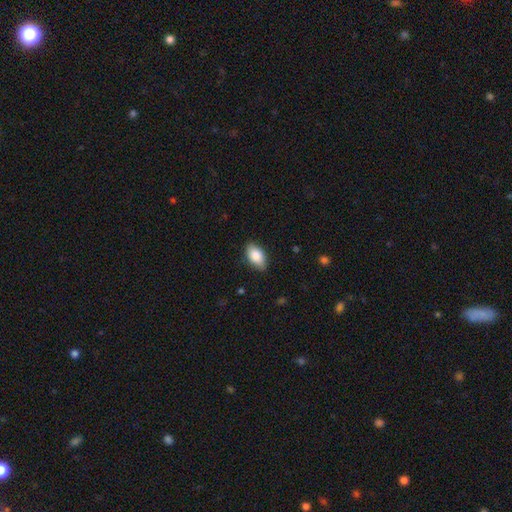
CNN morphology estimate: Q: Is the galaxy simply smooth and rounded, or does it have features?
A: smooth — 86%.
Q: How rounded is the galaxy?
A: in between — 93%.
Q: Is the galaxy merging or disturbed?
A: none — 84%.